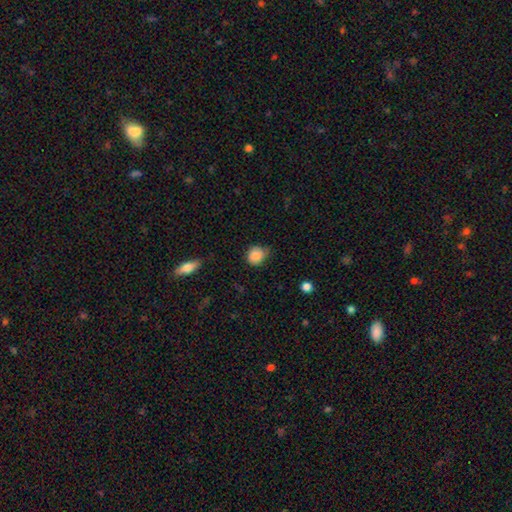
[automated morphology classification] smooth-or-featured: smooth: 85% | star or artifact: 8% | featured or disk: 7%
  how-rounded: round: 78% | in between: 21% | cigar-shaped: 1%
  merging: none: 62% | minor disturbance: 31% | major disturbance: 5% | merger: 2%